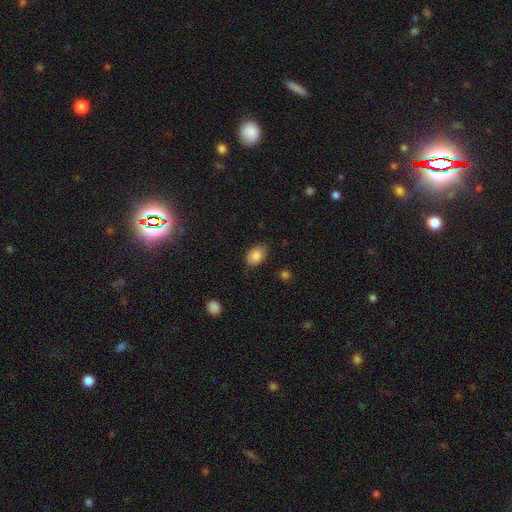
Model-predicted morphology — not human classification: This is clearly a smooth galaxy (85%). How rounded: likely in between (79%). Merging: likely none (76%).